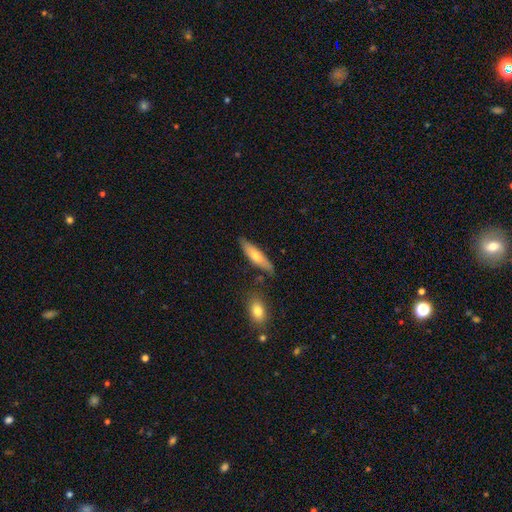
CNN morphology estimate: This appears to be a smooth galaxy with no disk features (58%) that is cigar-shaped (72%). Merging: none (79%).